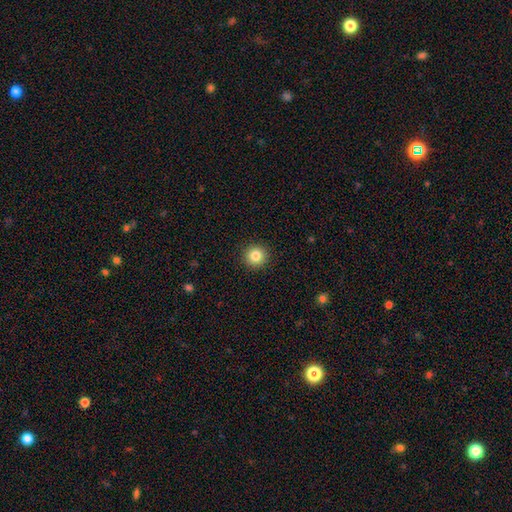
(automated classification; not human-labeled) Morphology: type=smooth (84%); roundness=round (95%); merging=none (93%).